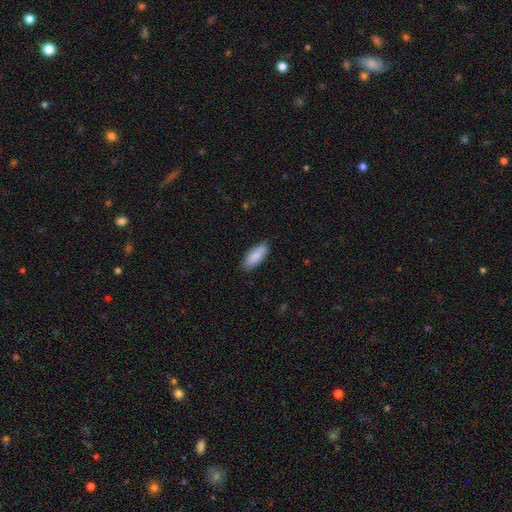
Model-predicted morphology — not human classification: smooth_or_featured: smooth (p=0.85) [alt: featured or disk p=0.09]
how_rounded: in between (p=0.80) [alt: cigar-shaped p=0.19]
merging: none (p=0.84) [alt: minor disturbance p=0.13]